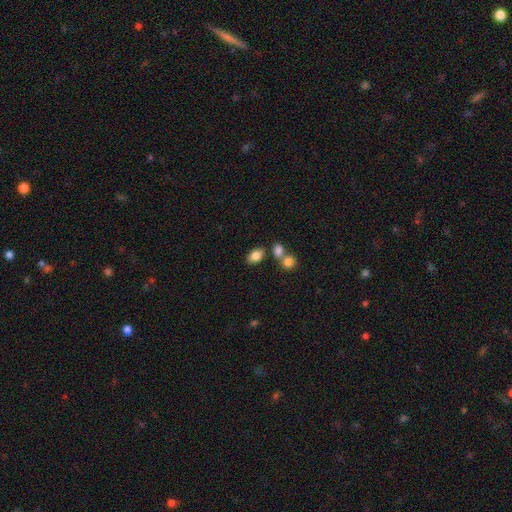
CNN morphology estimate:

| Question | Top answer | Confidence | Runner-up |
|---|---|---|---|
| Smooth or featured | smooth | 84% | star or artifact (9%) |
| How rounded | in between | 84% | round (15%) |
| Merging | none | 67% | merger (19%) |